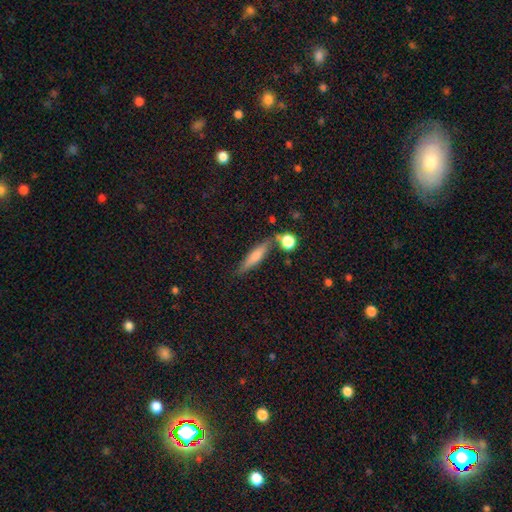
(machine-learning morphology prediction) featured or disk 43% (tied), smooth 43% (tied), star or artifact 14%. Down the decision tree: merging — none (79%).